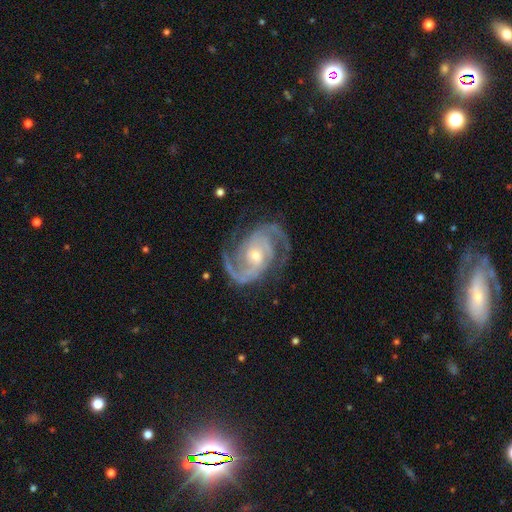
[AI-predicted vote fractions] smooth_or_featured: featured or disk (p=0.93) [alt: star or artifact p=0.05]
disk_edge_on: no (p=0.98) [alt: yes p=0.02]
bar: no (p=0.54) [alt: weak p=0.33]
has_spiral_arms: yes (p=0.98) [alt: no p=0.02]
spiral_winding: medium (p=0.53) [alt: tight p=0.35]
spiral_arm_count: 2 (p=0.75) [alt: 3 p=0.12]
bulge_size: small (p=0.53) [alt: moderate p=0.43]
merging: none (p=0.78) [alt: minor disturbance p=0.15]